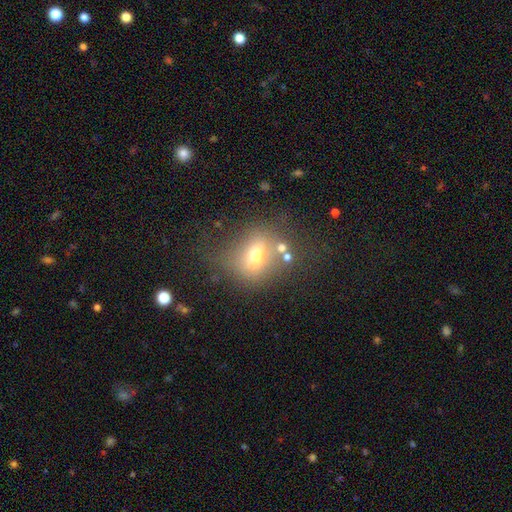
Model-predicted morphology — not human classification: This is likely a smooth galaxy (61%). How rounded: possibly in between (49%). Merging: possibly none (53%).